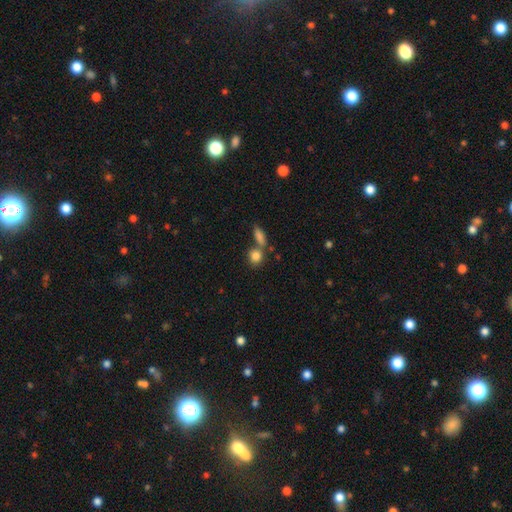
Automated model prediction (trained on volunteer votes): Smooth or featured? Predicted: smooth (p=0.84). How rounded? Predicted: round (p=0.58). Merging? Predicted: none (p=0.49).